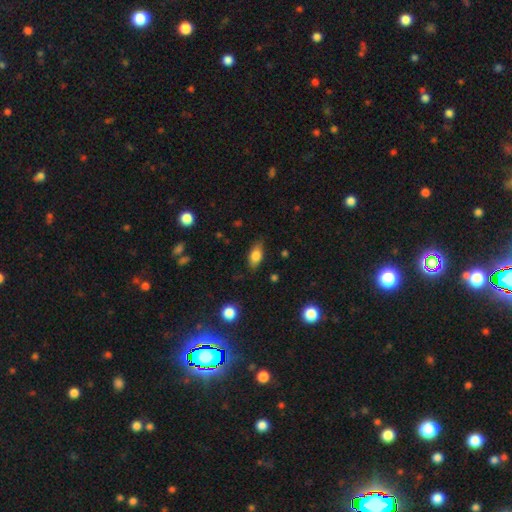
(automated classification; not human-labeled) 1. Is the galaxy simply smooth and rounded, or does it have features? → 78% smooth, 14% featured or disk, 8% star or artifact.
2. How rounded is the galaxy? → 85% in between, 9% cigar-shaped, 6% round.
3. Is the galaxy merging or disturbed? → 77% none, 17% minor disturbance, 4% major disturbance, 1% merger.